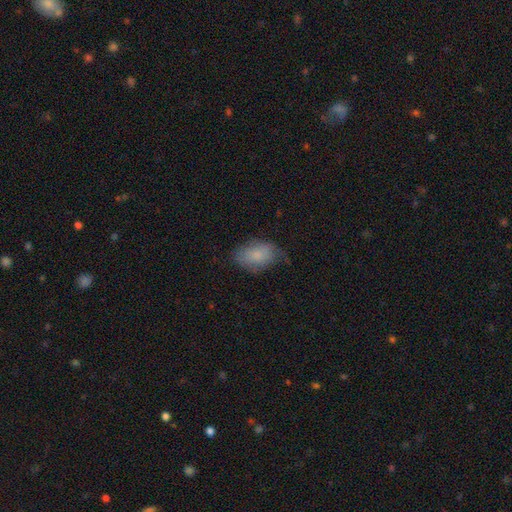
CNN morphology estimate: Overall: smooth (79%). How rounded: in between (90%). Merging: none (62%; minor disturbance 29%).